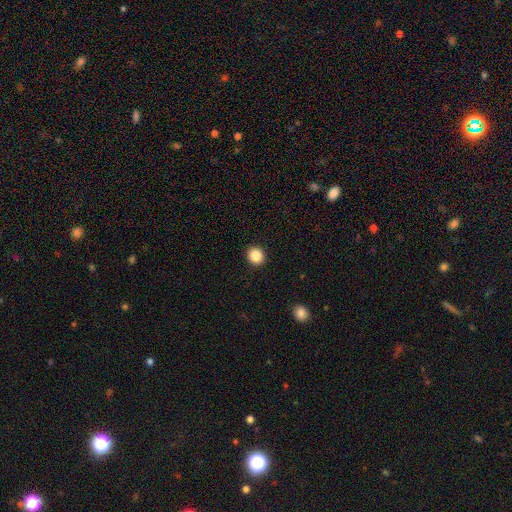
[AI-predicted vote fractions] A smooth galaxy with no disk features (87%) that is round (84%).

Vote fractions:
- Smooth or featured? smooth: 87% / star or artifact: 9% / featured or disk: 3%
- How rounded? round: 84% / in between: 15% / cigar-shaped: 1%
- Merging? none: 92% / minor disturbance: 5% / major disturbance: 2% / merger: 1%